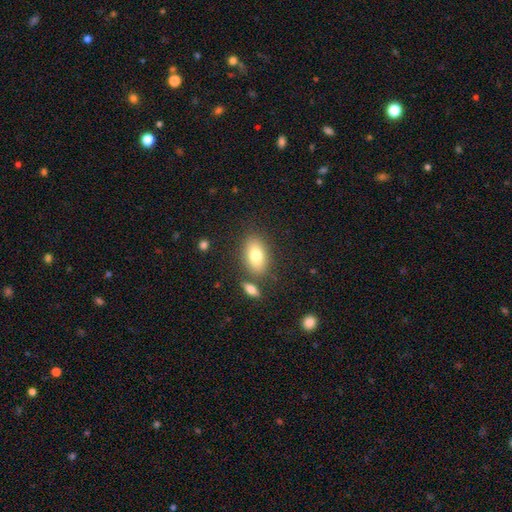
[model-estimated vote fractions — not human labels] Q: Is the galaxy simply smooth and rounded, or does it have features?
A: smooth — 78%.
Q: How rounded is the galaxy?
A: in between — 87%.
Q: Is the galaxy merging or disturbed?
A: none — 74%.